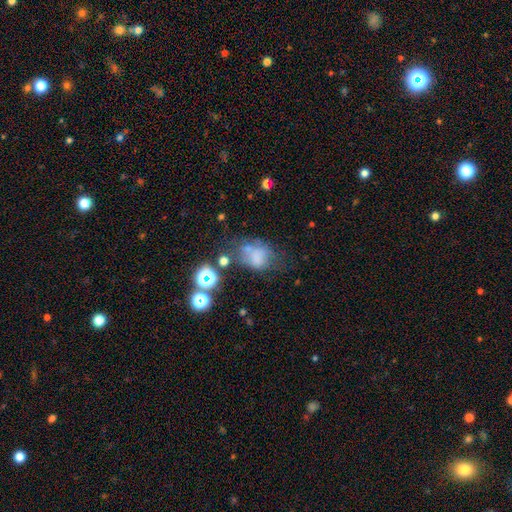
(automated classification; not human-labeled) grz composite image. It shows a smooth galaxy with no disk features (54%) that is in between round and cigar-shaped (57%). Merging: none (34%).